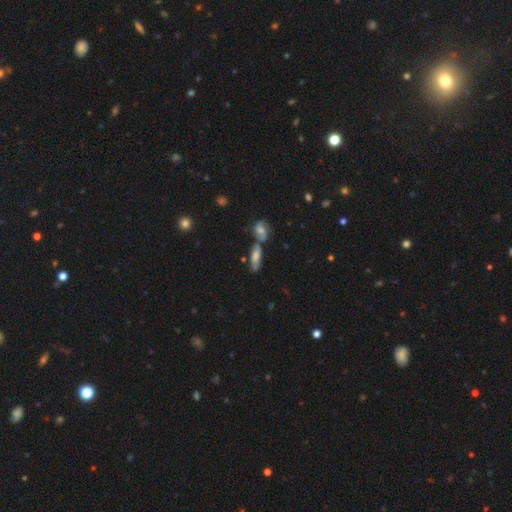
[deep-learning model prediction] Q: Smooth or featured?
A: smooth (49%); runner-up: featured or disk (39%)
Q: Merging?
A: none (48%); runner-up: merger (35%)